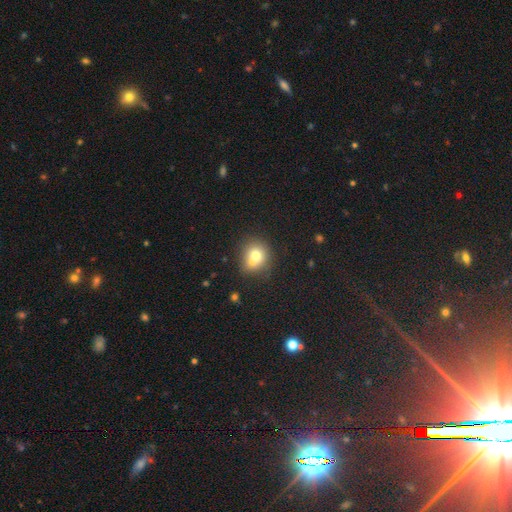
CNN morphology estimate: smooth 73%, featured or disk 16%, star or artifact 11%. Down the decision tree: how rounded — round (76%); merging — none (48%).